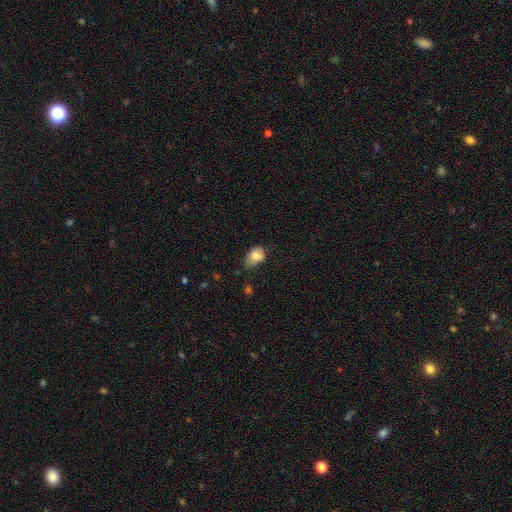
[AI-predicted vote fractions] The model was most divided on "merging": minor disturbance: 44%, none: 37%, major disturbance: 15%, merger: 4%. More confident: how rounded — in between (79%); smooth or featured — smooth (77%).